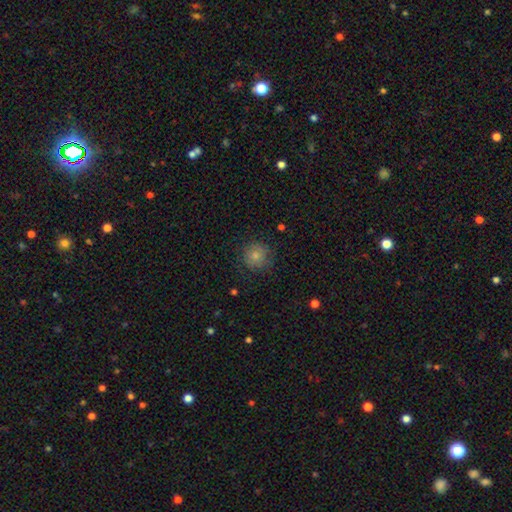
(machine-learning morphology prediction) The model was most divided on "merging": none: 79%, minor disturbance: 15%, major disturbance: 5%, merger: 1%. More confident: how rounded — round (92%); smooth or featured — smooth (80%).